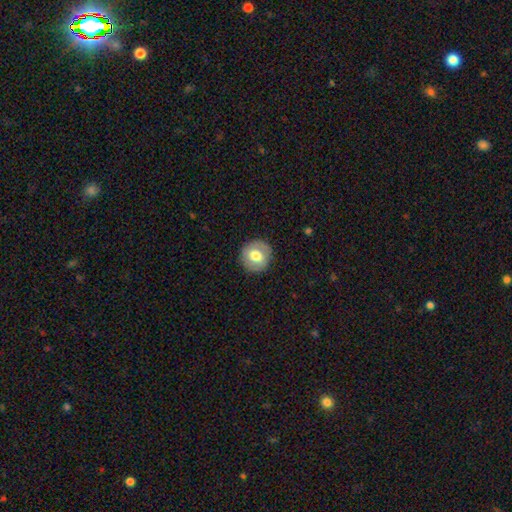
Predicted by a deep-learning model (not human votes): Smooth or featured: smooth — 67% (featured or disk — 26%)
How rounded: round — 90% (in between — 9%)
Merging: none — 88% (minor disturbance — 8%)